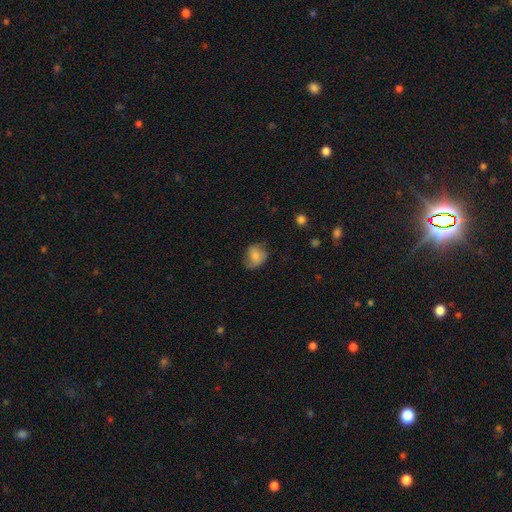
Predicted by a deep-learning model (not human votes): Q: Smooth or featured?
A: smooth (73%); runner-up: featured or disk (18%)
Q: How rounded?
A: round (53%); runner-up: in between (46%)
Q: Merging?
A: none (60%); runner-up: minor disturbance (28%)